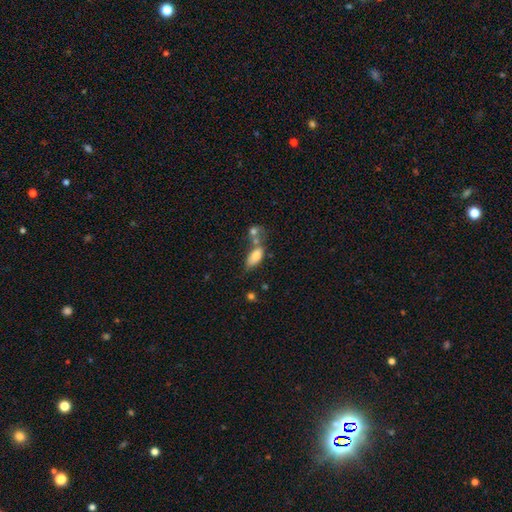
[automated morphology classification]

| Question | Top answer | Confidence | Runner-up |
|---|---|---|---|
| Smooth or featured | smooth | 76% | featured or disk (16%) |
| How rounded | in between | 87% | cigar-shaped (8%) |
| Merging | merger | 41% | none (31%) |